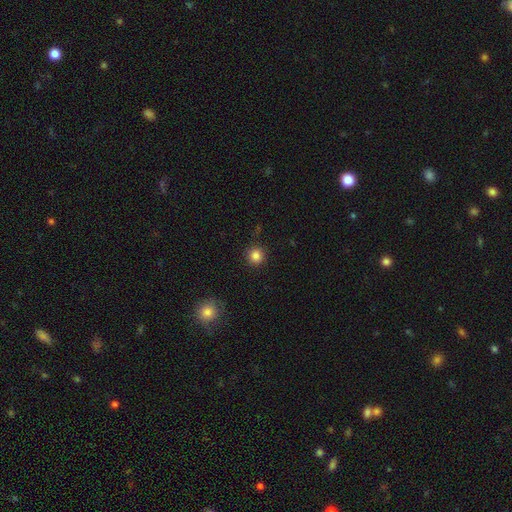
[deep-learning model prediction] Smooth or featured? smooth (85%)
How rounded? round (94%)
Merging? none (89%)